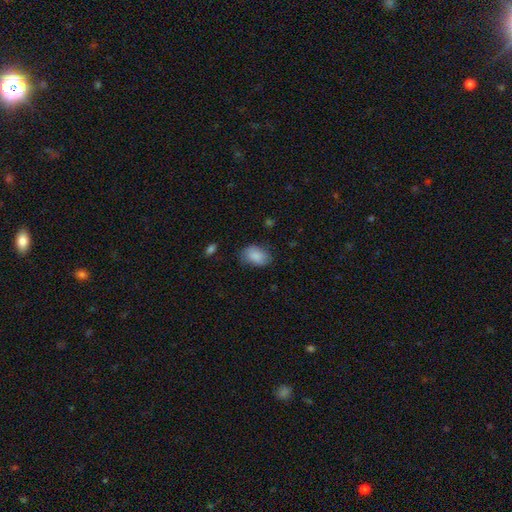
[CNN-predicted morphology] Smooth or featured: smooth — 87% (star or artifact — 7%)
How rounded: in between — 83% (round — 16%)
Merging: none — 70% (minor disturbance — 23%)